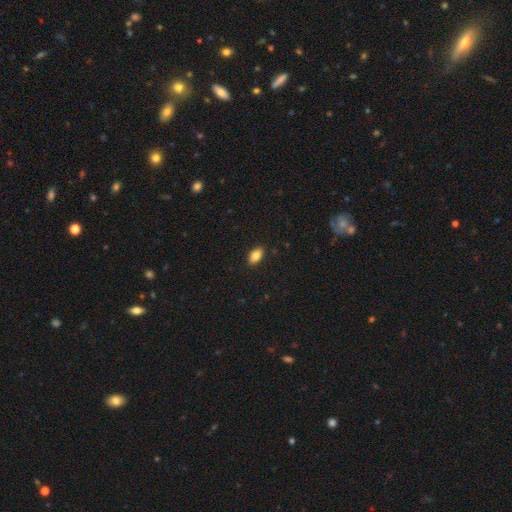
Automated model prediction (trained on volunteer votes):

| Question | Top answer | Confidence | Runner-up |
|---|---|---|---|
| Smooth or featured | smooth | 84% | star or artifact (8%) |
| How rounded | in between | 90% | round (7%) |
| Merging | none | 88% | minor disturbance (9%) |